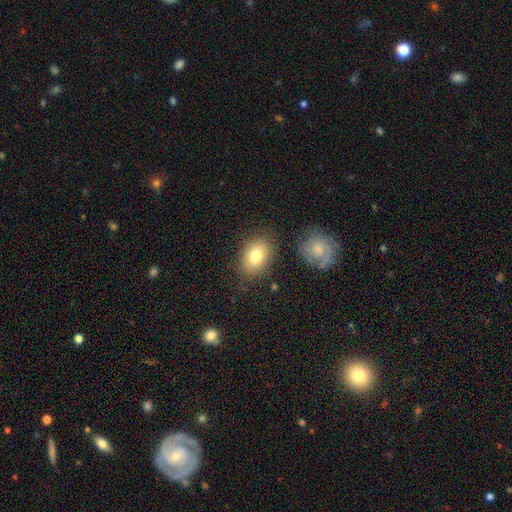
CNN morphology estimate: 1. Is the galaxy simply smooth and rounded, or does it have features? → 79% smooth, 12% featured or disk, 8% star or artifact.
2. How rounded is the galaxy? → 76% in between, 22% round, 1% cigar-shaped.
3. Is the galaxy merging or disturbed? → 80% none, 12% minor disturbance, 4% major disturbance, 4% merger.